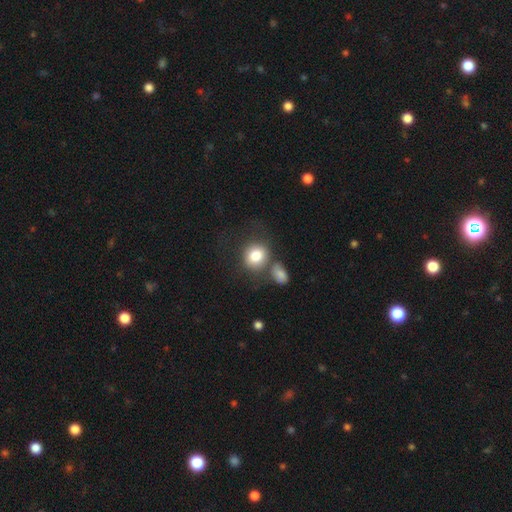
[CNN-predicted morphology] A smooth galaxy with no disk features (81%) that is round (74%). Merging: none (54%).